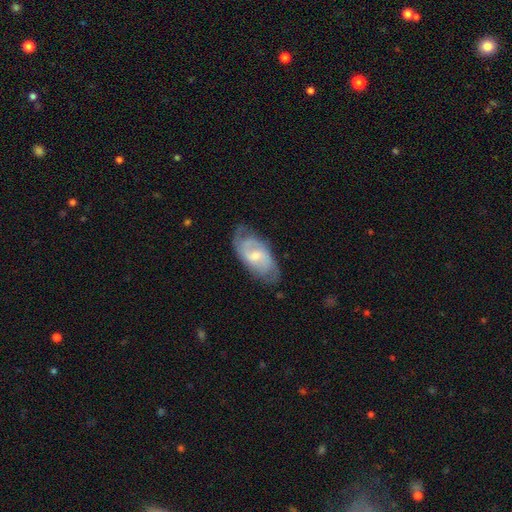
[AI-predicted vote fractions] A featured or disk galaxy (73%) with a weak bar (54%), 2 (61%) medium (45%) spiral arms (91%) and a small central bulge (49%).

Vote fractions:
- Smooth or featured? featured or disk: 73% / smooth: 22% / star or artifact: 5%
- Edge-on disk? no: 94% / yes: 6%
- Bar? weak: 54% / no: 34% / strong: 12%
- Spiral arms? yes: 91% / no: 9%
- Spiral winding? medium: 45% / tight: 36% / loose: 19%
- Spiral arm count? 2: 61% / can't tell: 22% / 3: 9% / 1: 4% / 4: 2% / more than 4: 2%
- Bulge size? small: 49% / moderate: 45% / none: 3% / large: 2% / dominant: 1%
- Merging? none: 69% / minor disturbance: 23% / major disturbance: 7% / merger: 1%